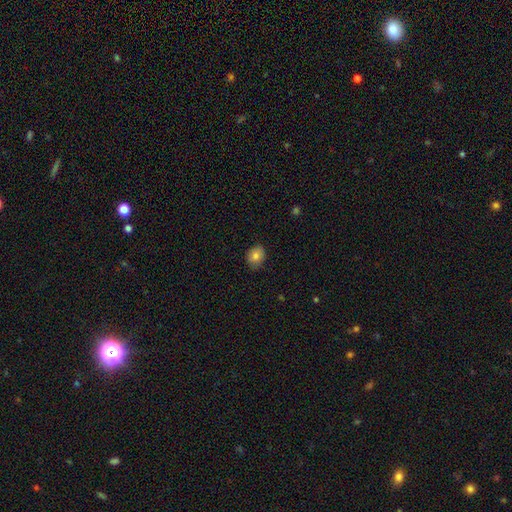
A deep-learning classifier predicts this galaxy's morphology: type=smooth (82%); roundness=in between (52%); merging=none (84%).